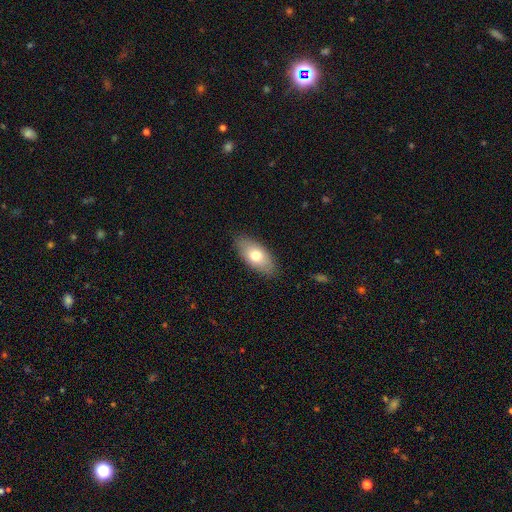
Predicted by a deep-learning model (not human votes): smooth_or_featured: smooth (p=0.73) [alt: featured or disk p=0.21]
how_rounded: in between (p=0.90) [alt: cigar-shaped p=0.07]
merging: none (p=0.85) [alt: minor disturbance p=0.12]